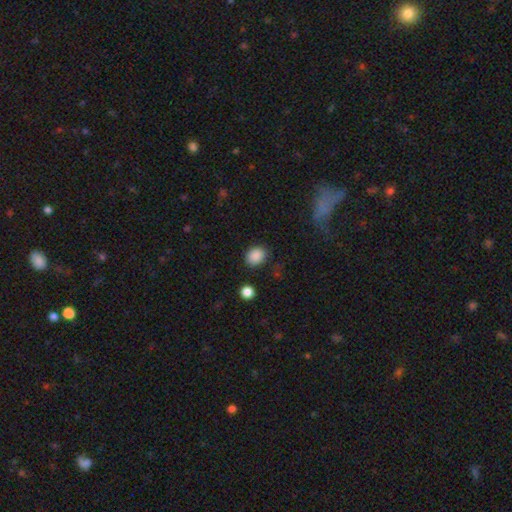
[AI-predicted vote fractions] smooth 87%, star or artifact 10%, featured or disk 3%. Down the decision tree: how rounded — round (57%); merging — none (82%).